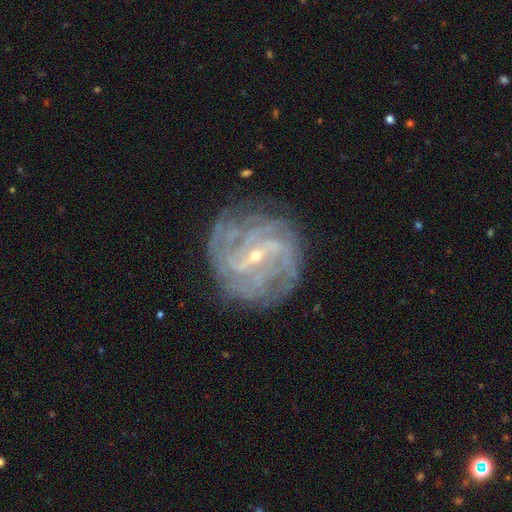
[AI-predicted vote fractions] Smooth or featured? featured or disk (89%)
Edge-on disk? no (97%)
Bar? weak (45%)
Spiral arms? yes (96%)
Spiral winding? tight (62%)
Spiral arm count? can't tell (28%)
Bulge size? small (81%)
Merging? none (78%)